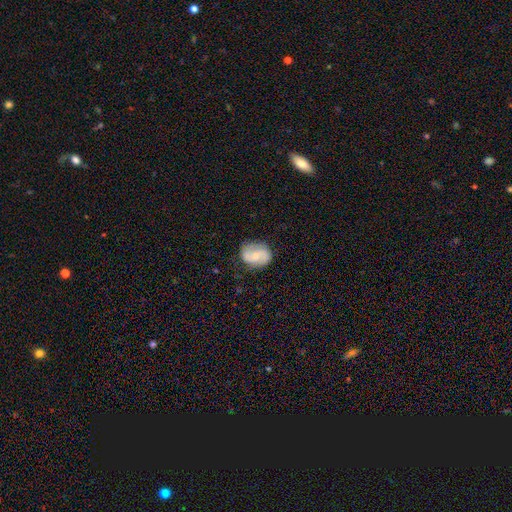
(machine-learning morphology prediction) Smooth or featured? Predicted: featured or disk (p=0.66). Edge-on disk? Predicted: no (p=0.98). Bar? Predicted: no (p=0.52). Spiral arms? Predicted: yes (p=0.92). Spiral winding? Predicted: medium (p=0.45). Spiral arm count? Predicted: 2 (p=0.88). Bulge size? Predicted: small (p=0.55). Merging? Predicted: none (p=0.76).